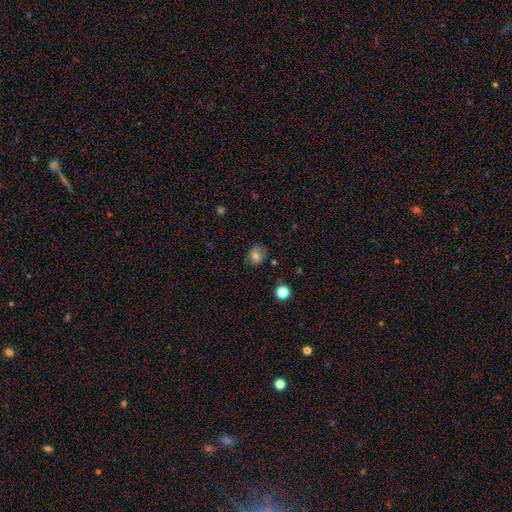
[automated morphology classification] A smooth galaxy with no disk features (76%) that is round (63%). Merging: none (76%).